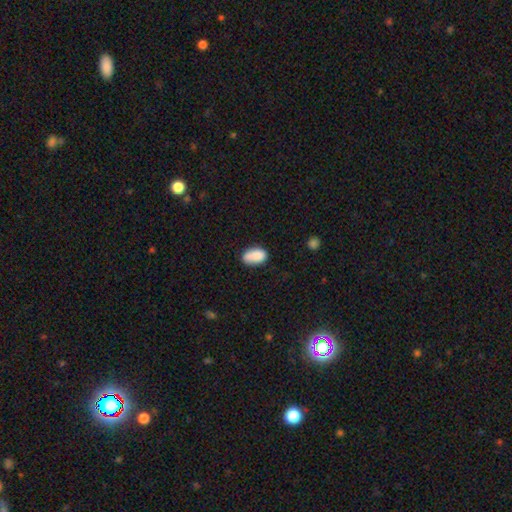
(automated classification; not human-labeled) Q: Smooth or featured?
A: smooth (85%); runner-up: star or artifact (8%)
Q: How rounded?
A: in between (91%); runner-up: round (6%)
Q: Merging?
A: none (61%); runner-up: minor disturbance (27%)